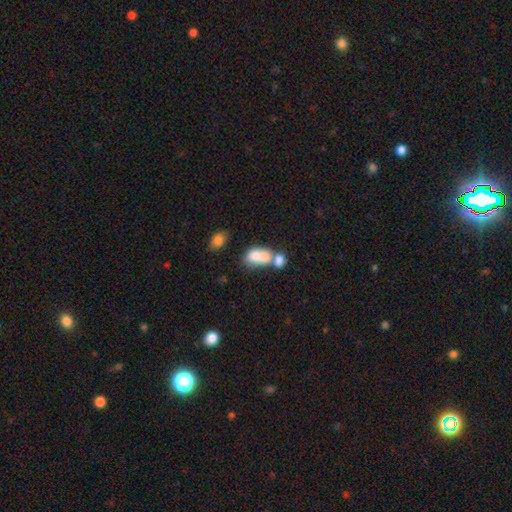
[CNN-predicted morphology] This appears to be a smooth galaxy with no disk features (72%) that is in between round and cigar-shaped (84%). Merging: merger (65%).